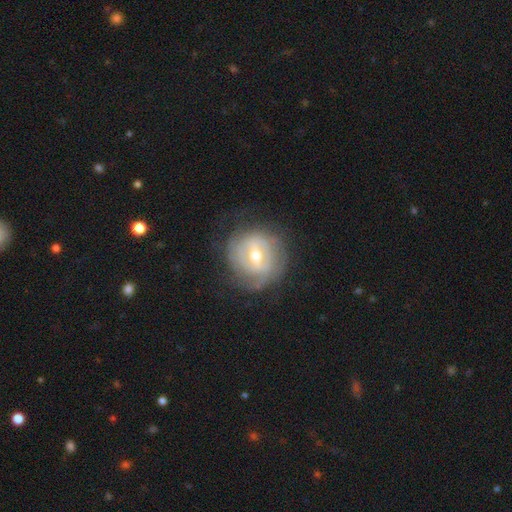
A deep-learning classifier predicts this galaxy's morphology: This is likely a featured or disk galaxy (74%). It is clearly not viewed edge-on (96%). Bar: possibly weak (50%). Spiral arm pattern: likely yes (71%). Spiral arm count: marginally can't tell (44%). Spiral winding: likely tight (64%). Central bulge: likely moderate (66%). Merging: likely none (73%).